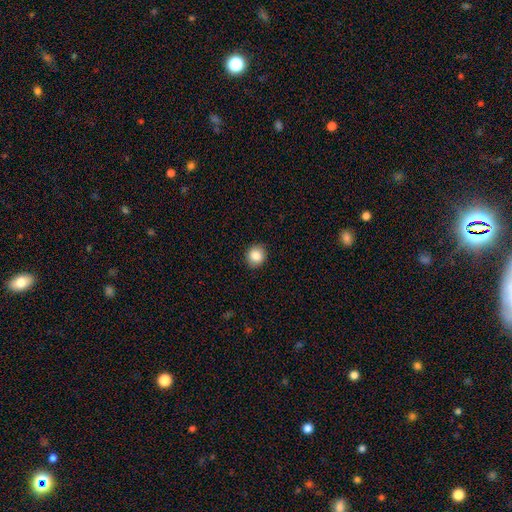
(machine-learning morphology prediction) This is clearly a smooth galaxy (85%). How rounded: clearly round (82%). Merging: clearly none (91%).